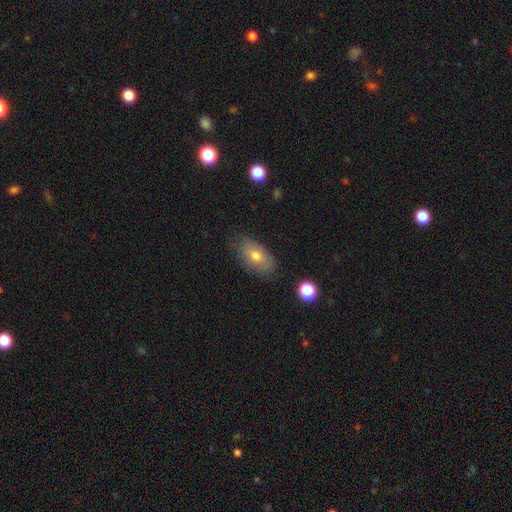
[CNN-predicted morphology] Smooth or featured: smooth — 70% (featured or disk — 22%)
How rounded: in between — 90% (round — 7%)
Merging: none — 78% (minor disturbance — 17%)